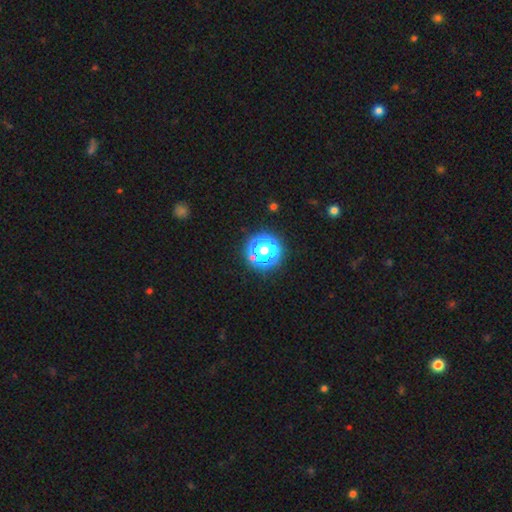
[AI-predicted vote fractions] A star or artifact, not a galaxy (53%).

Vote fractions:
- Smooth or featured? star or artifact: 53% / smooth: 39% / featured or disk: 8%